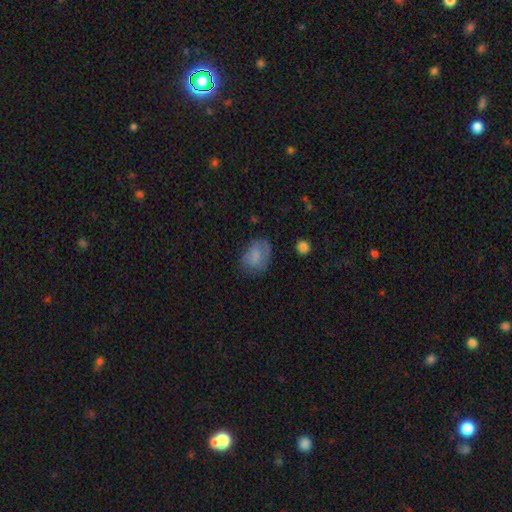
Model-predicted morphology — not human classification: Q: Smooth or featured?
A: smooth (76%); runner-up: featured or disk (15%)
Q: How rounded?
A: in between (68%); runner-up: round (31%)
Q: Merging?
A: none (60%); runner-up: minor disturbance (27%)